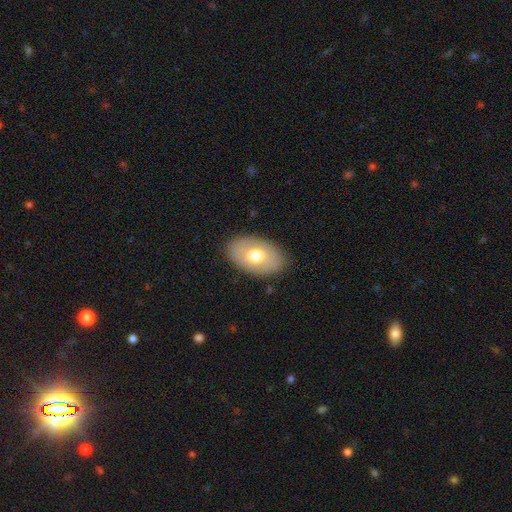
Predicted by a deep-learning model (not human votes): Smooth or featured? smooth (59%)
How rounded? in between (89%)
Merging? none (83%)